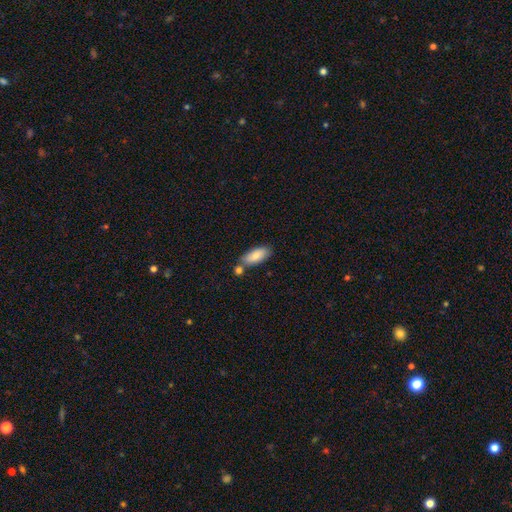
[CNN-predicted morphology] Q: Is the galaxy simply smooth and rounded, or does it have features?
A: smooth — 83%.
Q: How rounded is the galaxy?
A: in between — 86%.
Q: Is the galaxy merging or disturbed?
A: none — 61%.